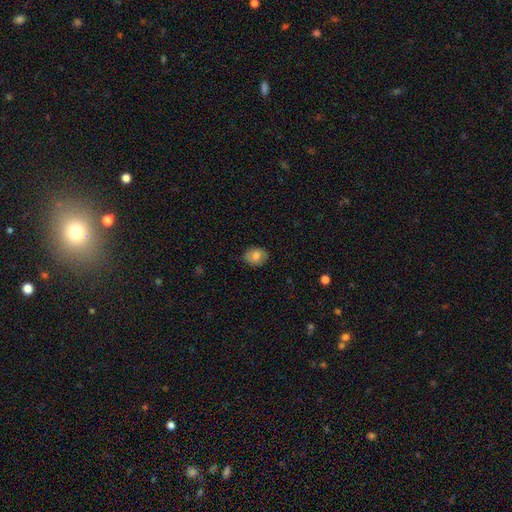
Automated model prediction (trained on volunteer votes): Smooth or featured? smooth (78%)
How rounded? in between (57%)
Merging? none (77%)